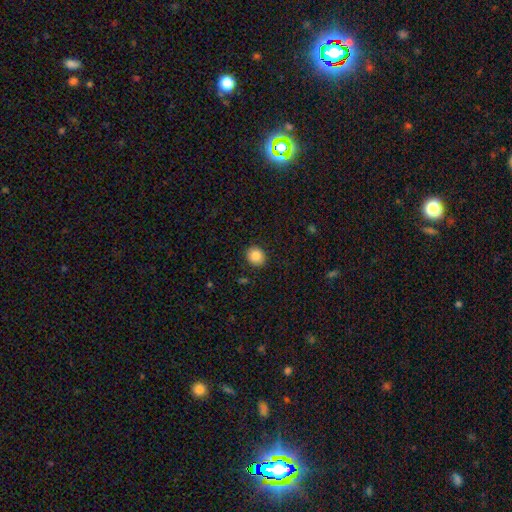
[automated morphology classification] The model was most divided on "how rounded": round: 75%, in between: 24%, cigar-shaped: 1%. More confident: merging — none (90%); smooth or featured — smooth (85%).